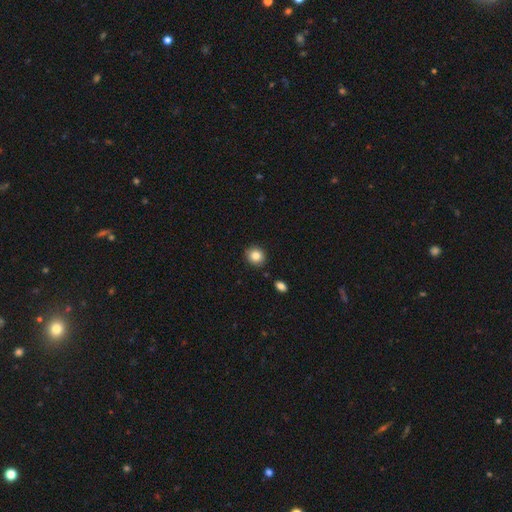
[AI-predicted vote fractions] Smooth or featured: smooth — 84% (star or artifact — 9%)
How rounded: round — 82% (in between — 17%)
Merging: none — 88% (minor disturbance — 8%)